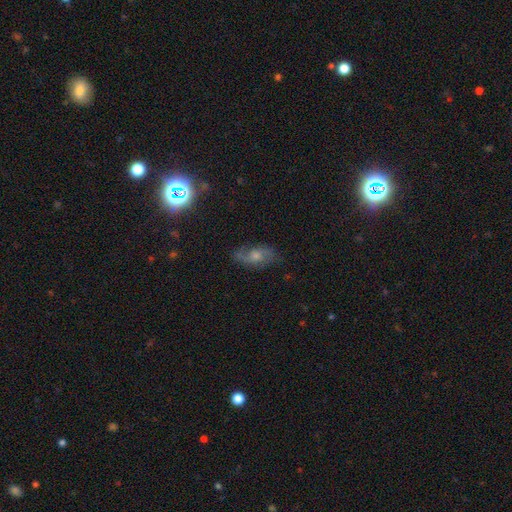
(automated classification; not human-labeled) featured or disk 68%, smooth 21%, star or artifact 11%. Down the decision tree: edge-on disk — no (93%); bar — no (65%); spiral arms — yes (91%); spiral arm count — 2 (80%); spiral winding — medium (43%); bulge size — moderate (53%); merging — none (72%).